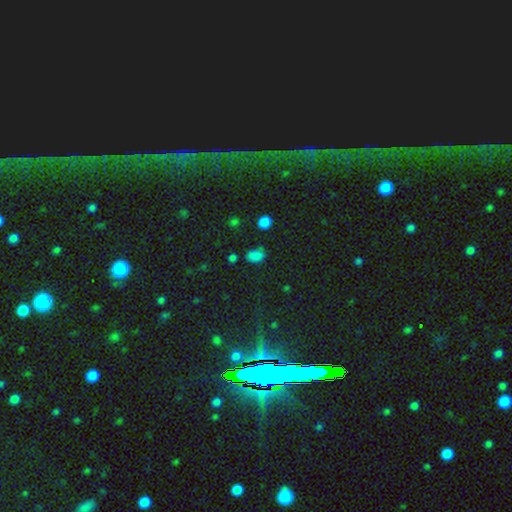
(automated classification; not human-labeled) Morphology: type=smooth (73%); roundness=in between (82%); merging=none (67%).